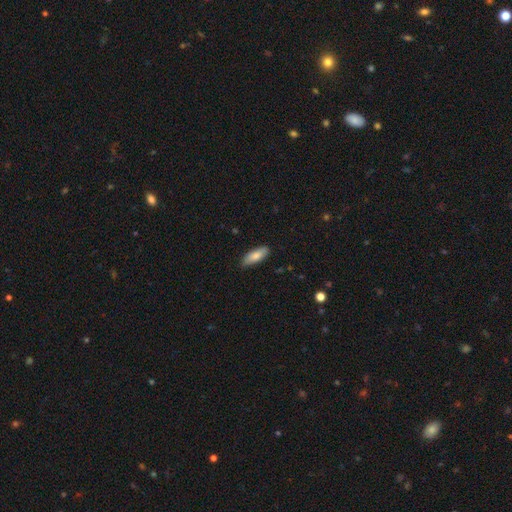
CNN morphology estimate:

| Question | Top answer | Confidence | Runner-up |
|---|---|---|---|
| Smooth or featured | smooth | 80% | featured or disk (14%) |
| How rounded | in between | 68% | cigar-shaped (30%) |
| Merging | none | 84% | minor disturbance (13%) |